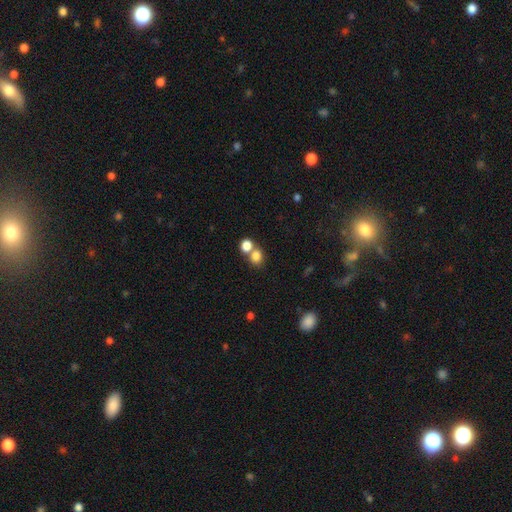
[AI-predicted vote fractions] smooth_or_featured: smooth (p=0.80) [alt: star or artifact p=0.12]
how_rounded: round (p=0.65) [alt: in between p=0.34]
merging: merger (p=0.45) [alt: none p=0.44]